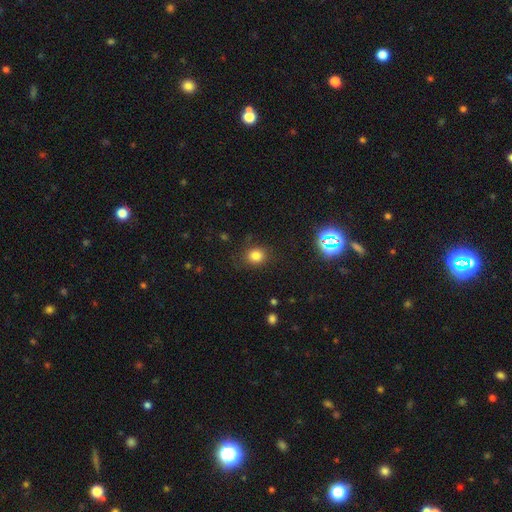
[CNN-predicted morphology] A smooth galaxy with no disk features (79%) that is round (76%).

Vote fractions:
- Smooth or featured? smooth: 79% / star or artifact: 15% / featured or disk: 6%
- How rounded? round: 76% / in between: 23% / cigar-shaped: 1%
- Merging? none: 81% / minor disturbance: 12% / major disturbance: 5% / merger: 2%